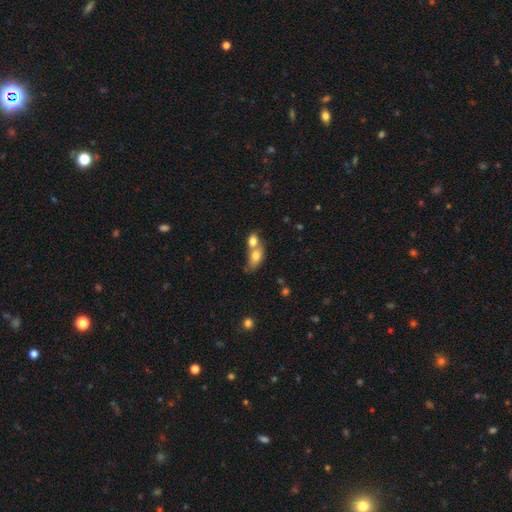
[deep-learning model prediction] Smooth or featured? Predicted: smooth (p=0.75). How rounded? Predicted: in between (p=0.81). Merging? Predicted: merger (p=0.65).